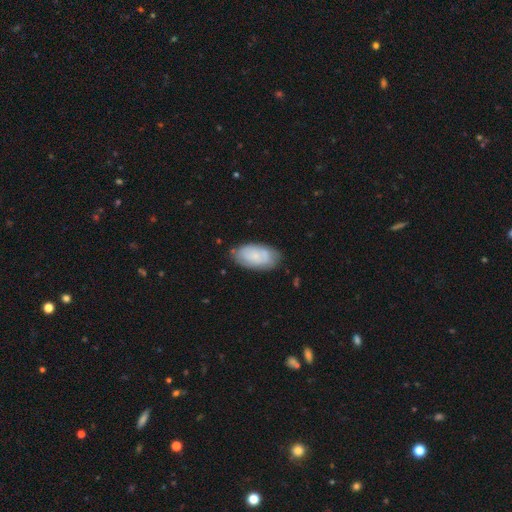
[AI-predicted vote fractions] This is likely a smooth galaxy (61%). How rounded: clearly in between (94%). Merging: likely none (72%).